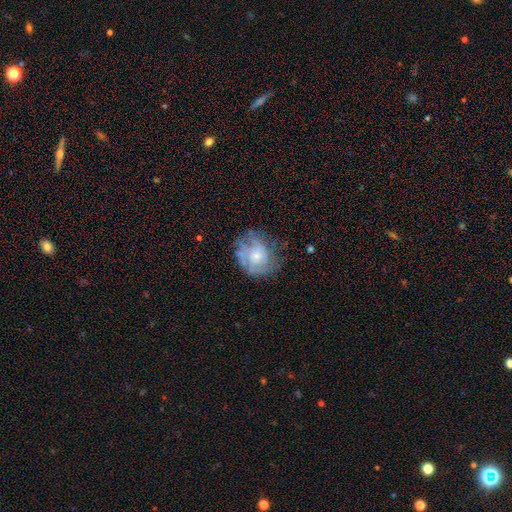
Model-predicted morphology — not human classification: Smooth or featured? featured or disk (58%)
Edge-on disk? no (97%)
Bar? no (78%)
Spiral arms? yes (64%)
Bulge size? small (50%)
Merging? none (53%)